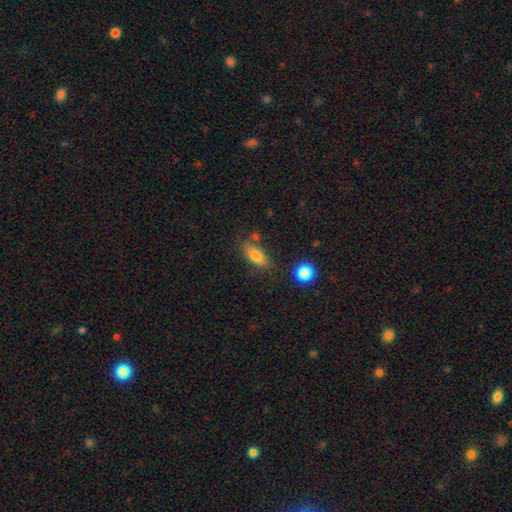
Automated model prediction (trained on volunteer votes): A smooth galaxy with no disk features (79%) that is in between round and cigar-shaped (76%). Merging: none (71%).